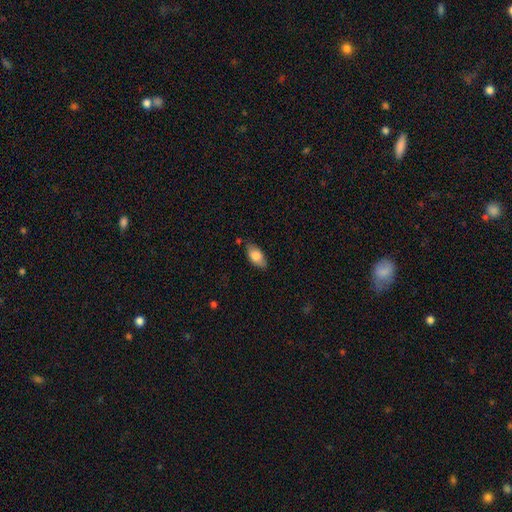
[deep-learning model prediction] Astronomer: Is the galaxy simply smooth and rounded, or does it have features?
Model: smooth — 79%.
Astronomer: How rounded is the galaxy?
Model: in between — 91%.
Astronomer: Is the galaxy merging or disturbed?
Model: none — 75%.